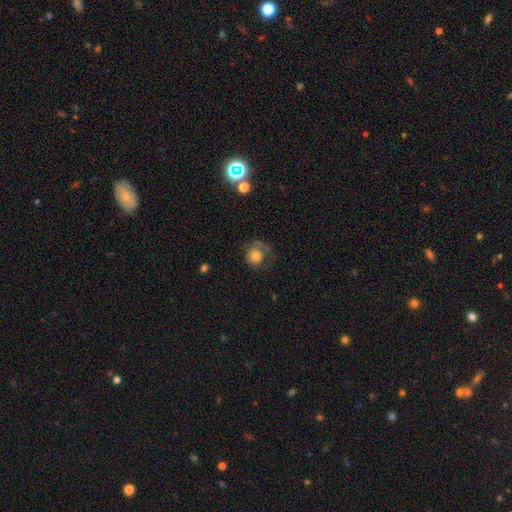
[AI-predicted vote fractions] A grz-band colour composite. It shows a smooth galaxy with no disk features (66%) that is round (83%). Merging: none (47%).